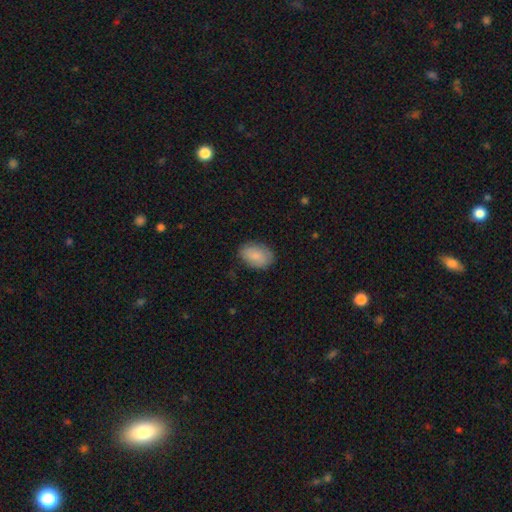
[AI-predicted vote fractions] A smooth galaxy with no disk features (84%) that is in between round and cigar-shaped (88%).

Vote fractions:
- Smooth or featured? smooth: 84% / featured or disk: 10% / star or artifact: 6%
- How rounded? in between: 88% / round: 10% / cigar-shaped: 1%
- Merging? none: 82% / minor disturbance: 13% / major disturbance: 3% / merger: 1%